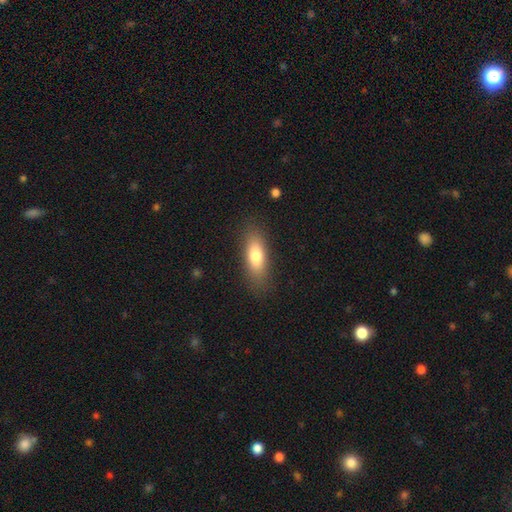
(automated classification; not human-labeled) smooth_or_featured: smooth (p=0.77) [alt: featured or disk p=0.16]
how_rounded: in between (p=0.66) [alt: cigar-shaped p=0.31]
merging: none (p=0.83) [alt: minor disturbance p=0.12]